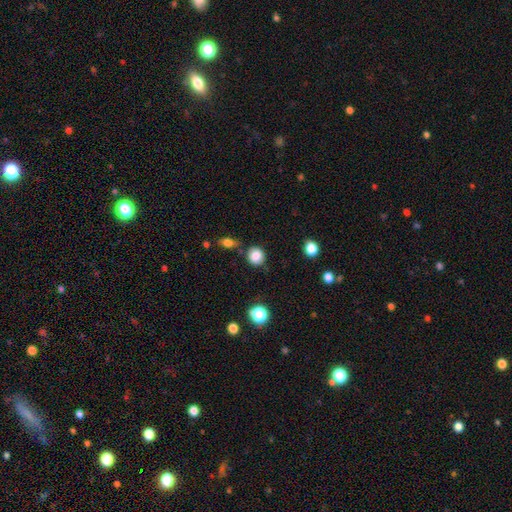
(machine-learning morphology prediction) A smooth galaxy with no disk features (84%) that is round (86%).

Vote fractions:
- Smooth or featured? smooth: 84% / star or artifact: 11% / featured or disk: 5%
- How rounded? round: 86% / in between: 13% / cigar-shaped: 1%
- Merging? none: 80% / minor disturbance: 12% / merger: 5% / major disturbance: 3%